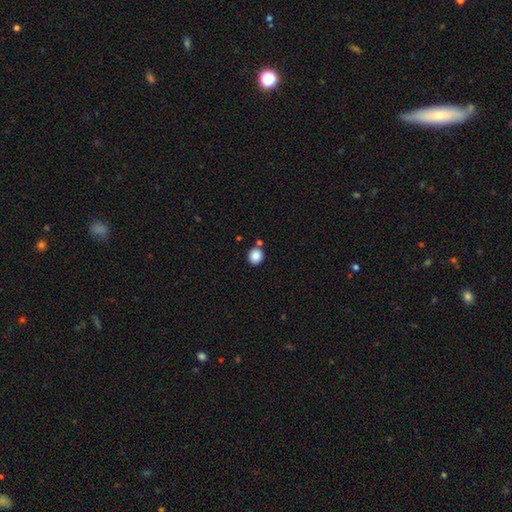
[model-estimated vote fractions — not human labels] This appears to be a smooth galaxy with no disk features (87%) that is round (85%). Merging: none (80%).